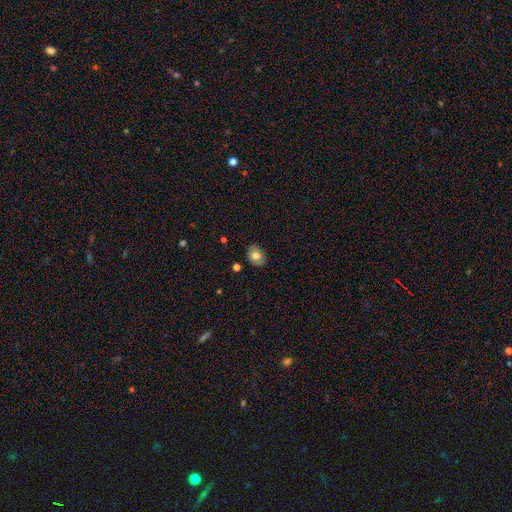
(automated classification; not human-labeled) Q: Smooth or featured?
A: smooth (70%); runner-up: featured or disk (21%)
Q: How rounded?
A: in between (62%); runner-up: round (37%)
Q: Merging?
A: none (84%); runner-up: minor disturbance (12%)